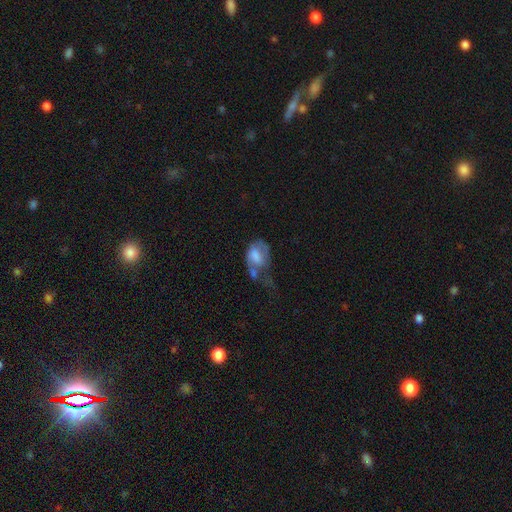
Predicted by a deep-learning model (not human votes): Smooth or featured: smooth — 54% (featured or disk — 38%)
How rounded: in between — 79% (round — 20%)
Merging: major disturbance — 42% (merger — 26%)